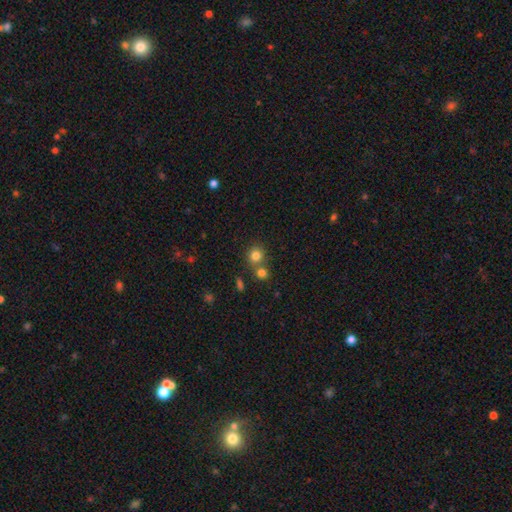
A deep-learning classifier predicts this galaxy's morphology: smooth_or_featured: smooth (p=0.81) [alt: star or artifact p=0.13]
how_rounded: round (p=0.86) [alt: in between p=0.13]
merging: none (p=0.59) [alt: merger p=0.30]